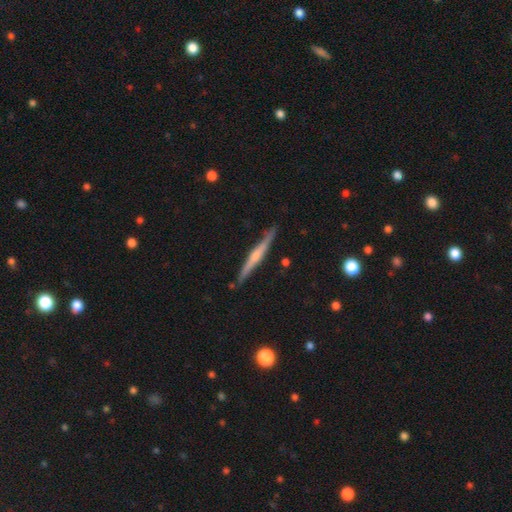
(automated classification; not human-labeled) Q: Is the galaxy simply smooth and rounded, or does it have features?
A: featured or disk — 61%.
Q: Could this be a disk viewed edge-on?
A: yes — 97%.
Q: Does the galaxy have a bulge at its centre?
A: rounded — 49%.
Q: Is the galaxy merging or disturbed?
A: none — 86%.